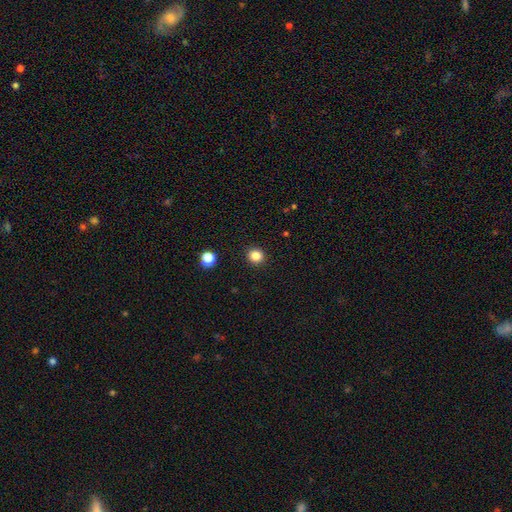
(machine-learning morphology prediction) The model was most divided on "smooth or featured": smooth: 84%, star or artifact: 12%, featured or disk: 4%. More confident: merging — none (92%); how rounded — round (88%).